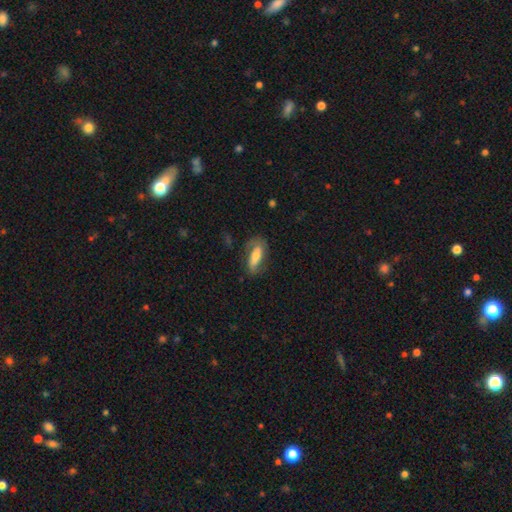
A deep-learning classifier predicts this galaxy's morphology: smooth 50%, featured or disk 43%, star or artifact 7%. Down the decision tree: how rounded — in between (66%); merging — none (63%).